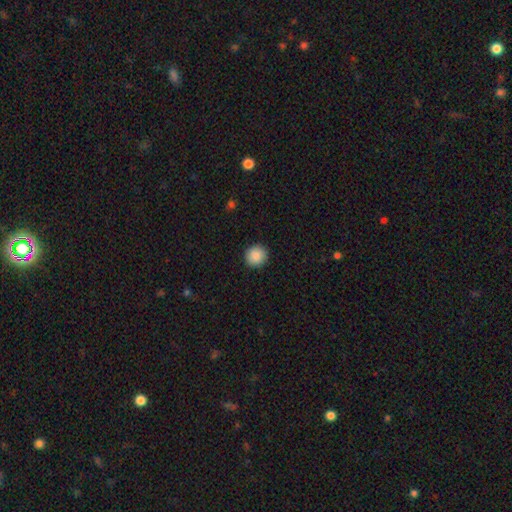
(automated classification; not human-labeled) smooth-or-featured: smooth: 89% | star or artifact: 8% | featured or disk: 3%
  how-rounded: round: 93% | in between: 6% | cigar-shaped: 1%
  merging: none: 92% | minor disturbance: 5% | major disturbance: 2% | merger: 1%